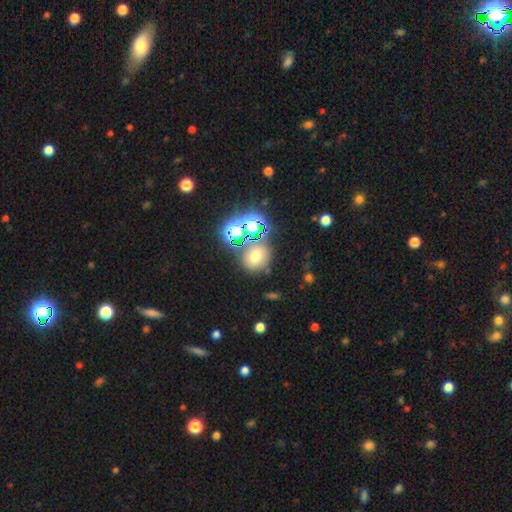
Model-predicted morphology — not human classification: star or artifact 63%, smooth 26%, featured or disk 11%.